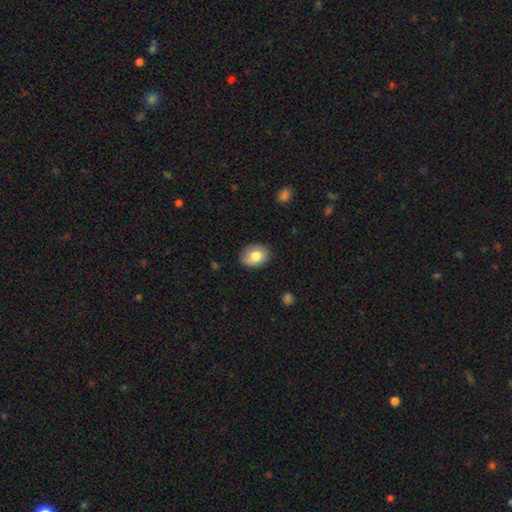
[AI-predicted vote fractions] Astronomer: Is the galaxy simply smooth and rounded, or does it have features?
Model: smooth — 82%.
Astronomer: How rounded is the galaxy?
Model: in between — 66%.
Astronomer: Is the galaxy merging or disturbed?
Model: none — 84%.